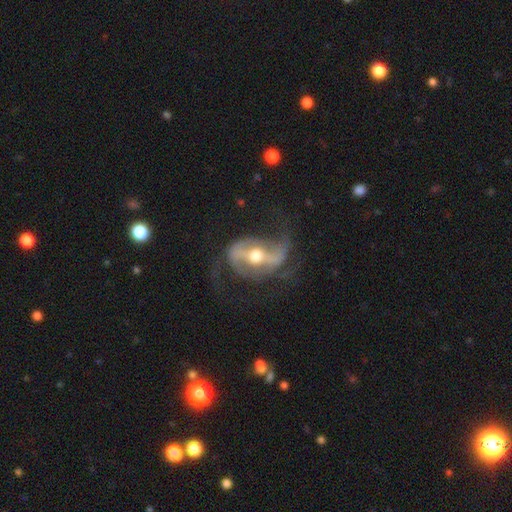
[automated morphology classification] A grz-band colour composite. It shows a featured or disk galaxy (87%) with a strong bar (56%), 2 (84%) loose (51%) spiral arms (92%) and a moderate central bulge (71%). Merging: none (59%).